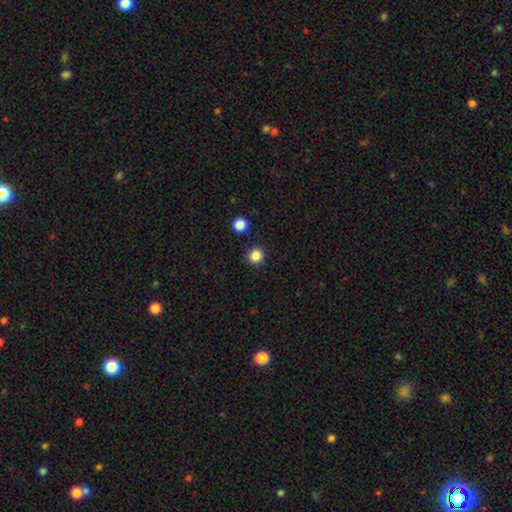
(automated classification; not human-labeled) A smooth galaxy with no disk features (85%) that is round (94%). Merging: none (91%).